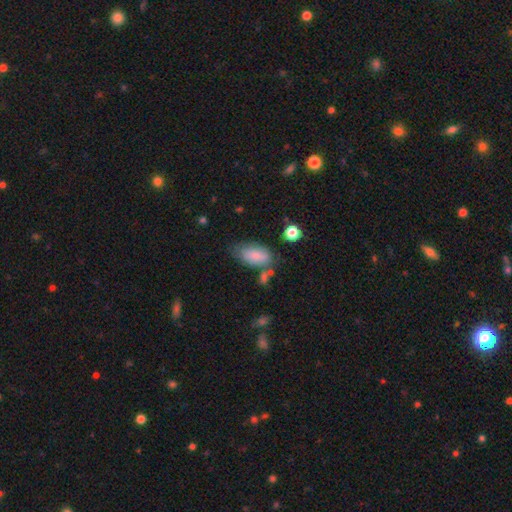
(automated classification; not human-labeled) A smooth galaxy with no disk features (82%) that is in between round and cigar-shaped (92%). Merging: none (59%).